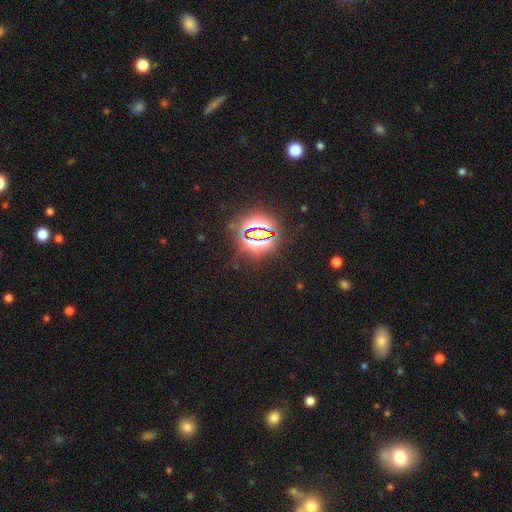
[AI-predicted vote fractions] Q: Smooth or featured?
A: star or artifact (81%); runner-up: smooth (13%)